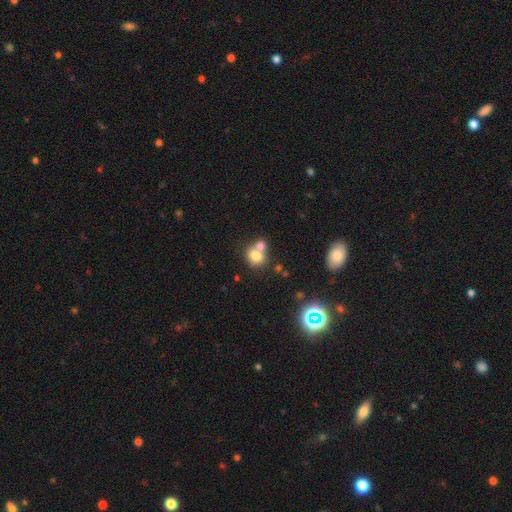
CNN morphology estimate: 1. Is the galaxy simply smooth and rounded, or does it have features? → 75% smooth, 13% featured or disk, 12% star or artifact.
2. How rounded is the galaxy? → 70% round, 29% in between, 1% cigar-shaped.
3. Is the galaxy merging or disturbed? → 48% merger, 40% none, 8% minor disturbance, 3% major disturbance.